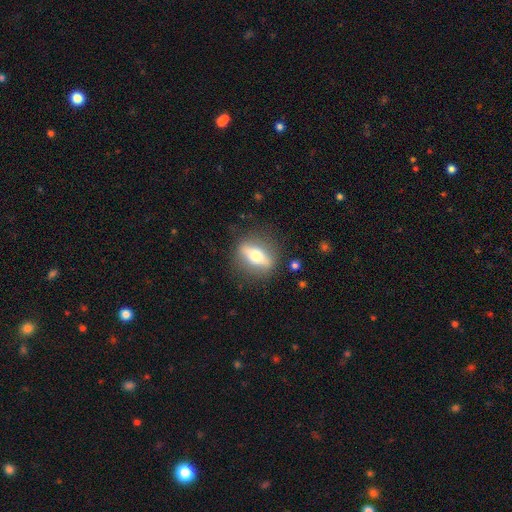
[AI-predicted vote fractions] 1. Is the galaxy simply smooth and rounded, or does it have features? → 52% featured or disk, 41% smooth, 7% star or artifact.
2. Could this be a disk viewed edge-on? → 59% yes, 41% no.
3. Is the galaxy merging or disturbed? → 80% none, 12% minor disturbance, 6% major disturbance, 2% merger.